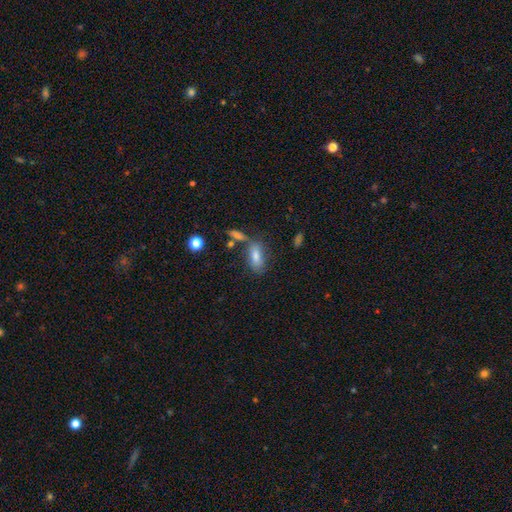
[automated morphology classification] smooth 71%, featured or disk 18%, star or artifact 11%. Down the decision tree: how rounded — in between (80%); merging — none (61%).